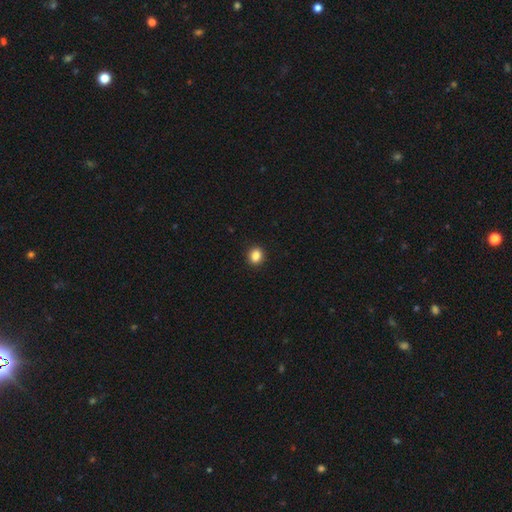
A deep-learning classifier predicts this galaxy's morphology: A smooth galaxy with no disk features (86%) that is round (70%).

Vote fractions:
- Smooth or featured? smooth: 86% / star or artifact: 10% / featured or disk: 4%
- How rounded? round: 70% / in between: 29% / cigar-shaped: 1%
- Merging? none: 92% / minor disturbance: 6% / major disturbance: 2% / merger: 1%